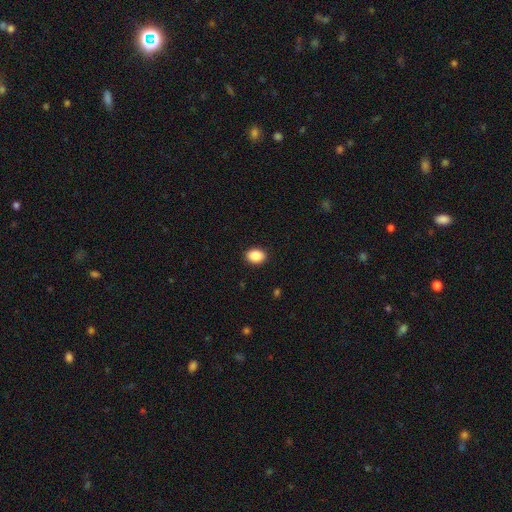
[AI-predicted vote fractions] smooth_or_featured: smooth (p=0.88) [alt: star or artifact p=0.08]
how_rounded: in between (p=0.70) [alt: round p=0.29]
merging: none (p=0.91) [alt: minor disturbance p=0.07]